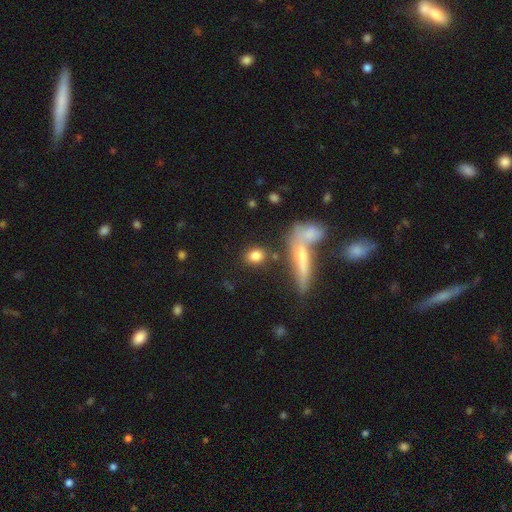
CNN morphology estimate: smooth_or_featured: smooth (p=0.81) [alt: featured or disk p=0.11]
how_rounded: in between (p=0.49) [alt: round p=0.43]
merging: none (p=0.77) [alt: minor disturbance p=0.10]